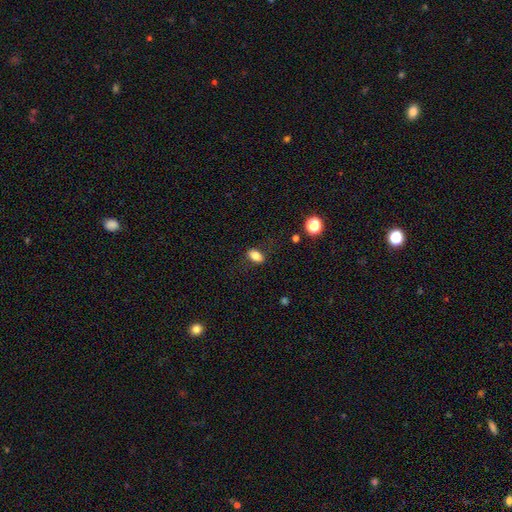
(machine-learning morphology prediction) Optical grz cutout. It shows a smooth galaxy with no disk features (82%) that is in between round and cigar-shaped (84%). Merging: none (82%).